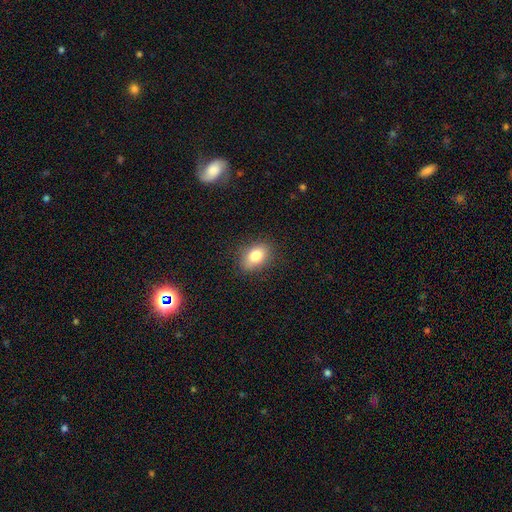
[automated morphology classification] type=smooth (82%); roundness=in between (81%); merging=none (85%).